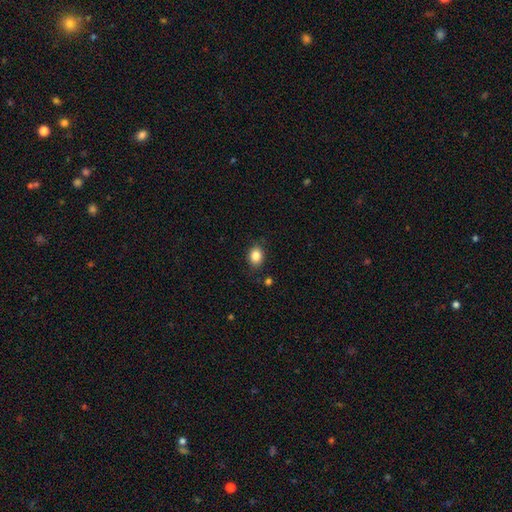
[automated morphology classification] Smooth or featured? smooth (85%)
How rounded? in between (53%)
Merging? none (83%)